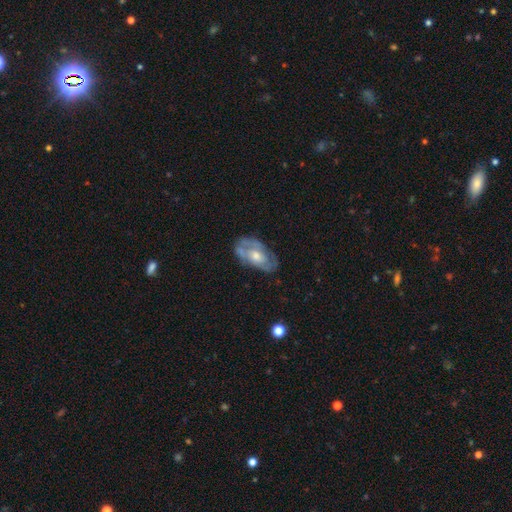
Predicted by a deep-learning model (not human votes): Morphology: type=featured or disk (69%); edge-on=no (93%); bar=no (75%); spiral arms=yes (69%); bulge=moderate (63%); merging=none (67%).